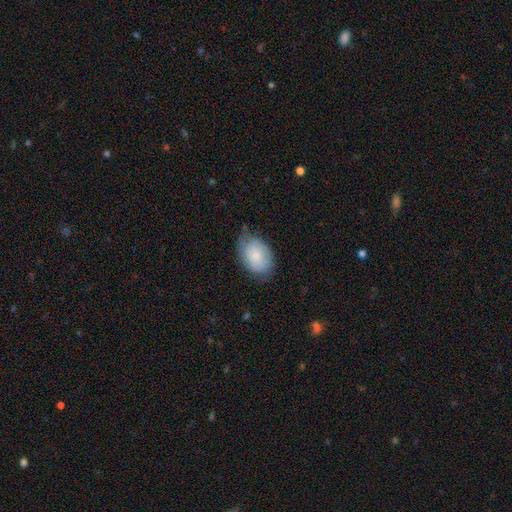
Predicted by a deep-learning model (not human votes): Smooth or featured?
  - smooth: 75% *
  - featured or disk: 18%
  - star or artifact: 7%
How rounded?
  - in between: 85% *
  - round: 14%
  - cigar-shaped: 1%
Merging?
  - none: 57% *
  - minor disturbance: 34%
  - major disturbance: 8%
  - merger: 1%